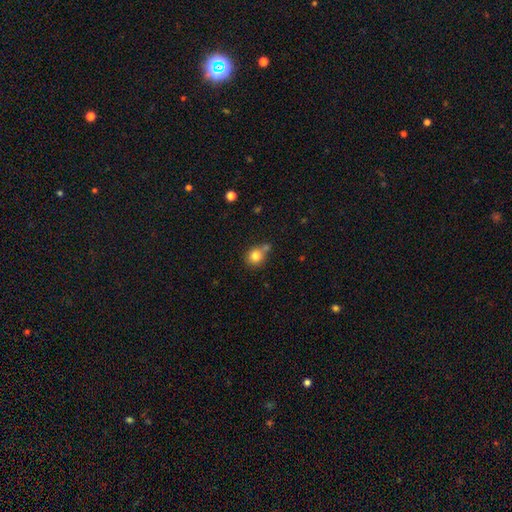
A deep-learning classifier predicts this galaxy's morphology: smooth-or-featured: smooth: 81% | star or artifact: 11% | featured or disk: 9%
  how-rounded: round: 83% | in between: 16% | cigar-shaped: 1%
  merging: none: 58% | merger: 22% | minor disturbance: 15% | major disturbance: 5%